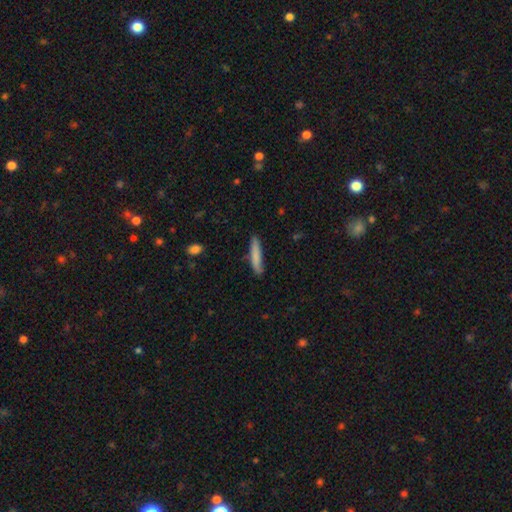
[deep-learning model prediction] A smooth galaxy with no disk features (80%) that is cigar-shaped (91%).

Vote fractions:
- Smooth or featured? smooth: 80% / featured or disk: 14% / star or artifact: 6%
- How rounded? cigar-shaped: 91% / in between: 8% / round: 1%
- Merging? none: 83% / minor disturbance: 13% / major disturbance: 2% / merger: 2%